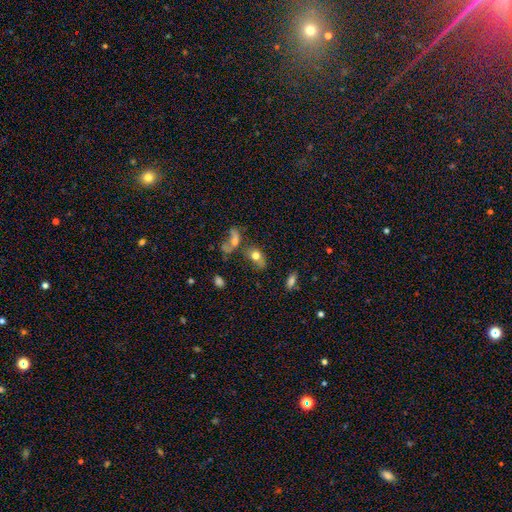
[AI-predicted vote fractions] Overall: smooth (69%). How rounded: in between (72%). Merging: none (36%; merger 27%).